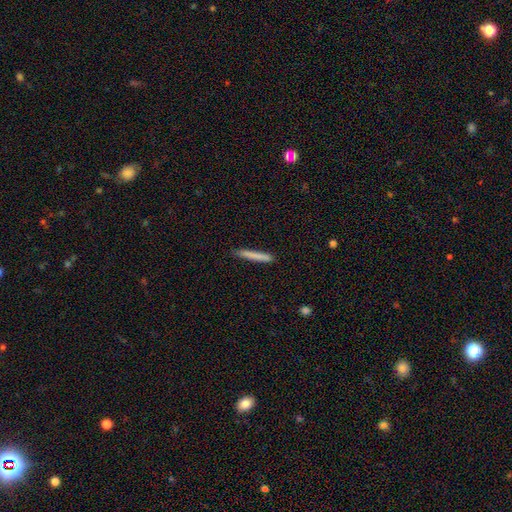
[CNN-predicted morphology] A smooth galaxy with no disk features (79%) that is cigar-shaped (96%).

Vote fractions:
- Smooth or featured? smooth: 79% / featured or disk: 15% / star or artifact: 6%
- How rounded? cigar-shaped: 96% / in between: 3% / round: 1%
- Merging? none: 88% / minor disturbance: 9% / major disturbance: 2% / merger: 1%